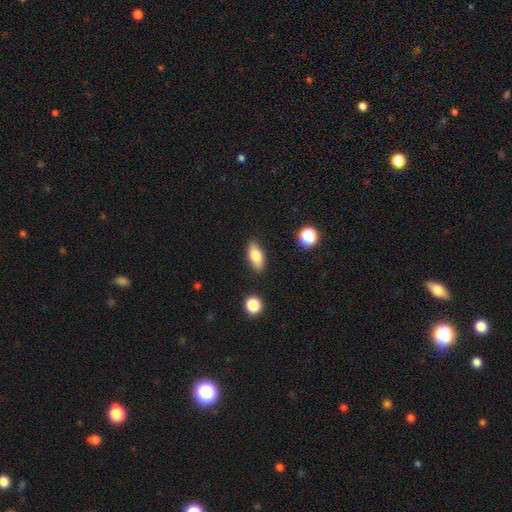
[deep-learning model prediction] smooth_or_featured: smooth (p=0.77) [alt: featured or disk p=0.15]
how_rounded: in between (p=0.83) [alt: cigar-shaped p=0.13]
merging: none (p=0.86) [alt: minor disturbance p=0.10]